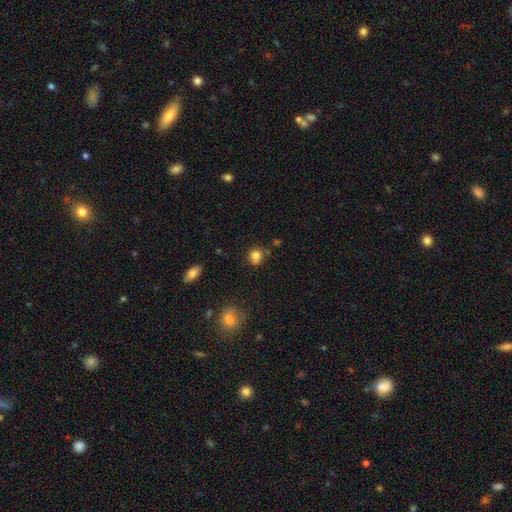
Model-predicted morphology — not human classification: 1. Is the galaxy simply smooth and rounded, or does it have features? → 81% smooth, 12% star or artifact, 7% featured or disk.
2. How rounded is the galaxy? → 82% round, 17% in between, 1% cigar-shaped.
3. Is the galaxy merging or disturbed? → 68% none, 18% minor disturbance, 9% merger, 5% major disturbance.